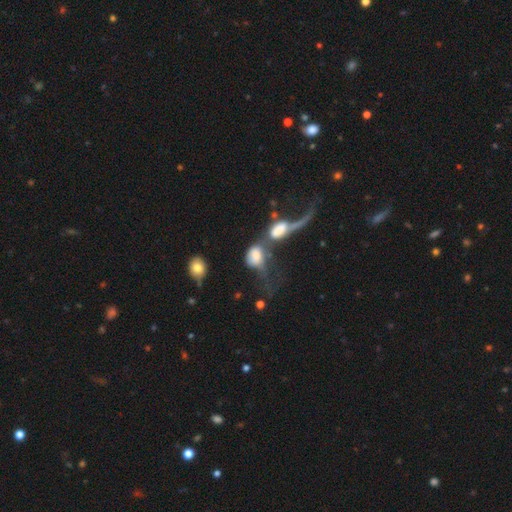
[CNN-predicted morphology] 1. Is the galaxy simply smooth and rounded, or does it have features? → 58% smooth, 33% featured or disk, 10% star or artifact.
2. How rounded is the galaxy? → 71% in between, 26% round, 3% cigar-shaped.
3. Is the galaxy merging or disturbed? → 68% merger, 18% major disturbance, 8% none, 5% minor disturbance.